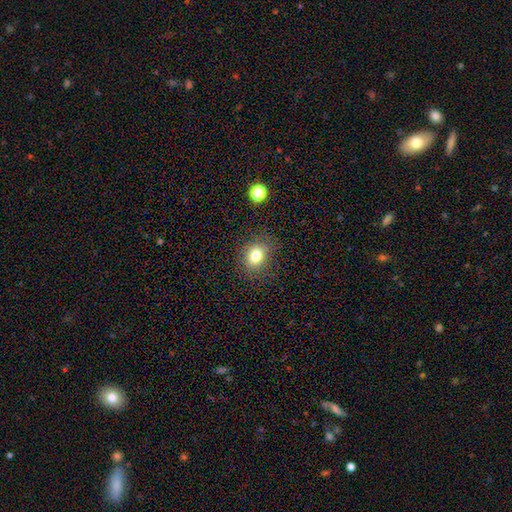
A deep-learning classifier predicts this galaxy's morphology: The model was most divided on "how rounded": round: 53%, in between: 46%, cigar-shaped: 1%. More confident: merging — none (81%); smooth or featured — smooth (78%).